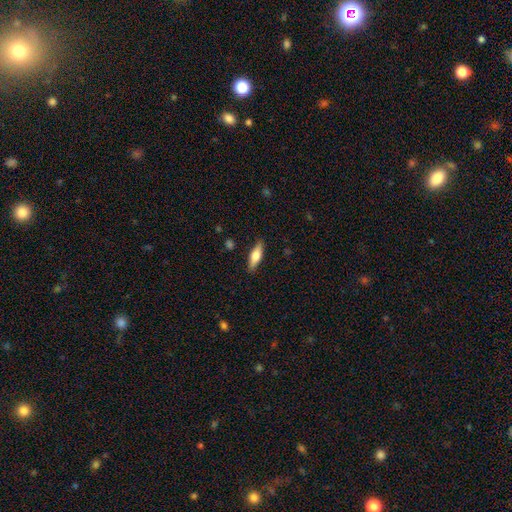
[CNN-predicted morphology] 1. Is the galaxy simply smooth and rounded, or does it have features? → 65% smooth, 29% featured or disk, 6% star or artifact.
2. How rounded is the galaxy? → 50% in between, 48% cigar-shaped, 2% round.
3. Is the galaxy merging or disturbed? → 87% none, 10% minor disturbance, 2% major disturbance, 1% merger.